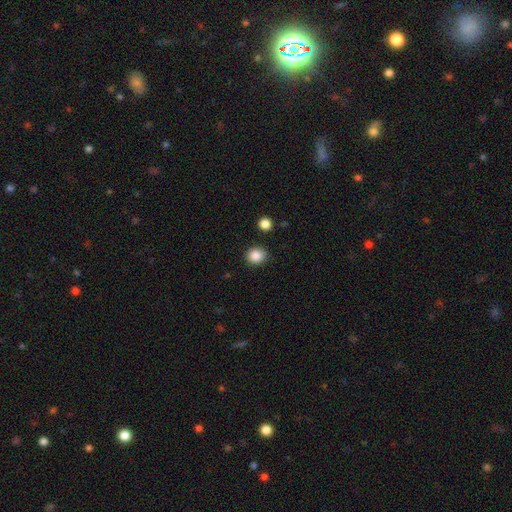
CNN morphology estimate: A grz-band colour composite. It shows a smooth galaxy with no disk features (87%) that is round (80%). Merging: none (86%).